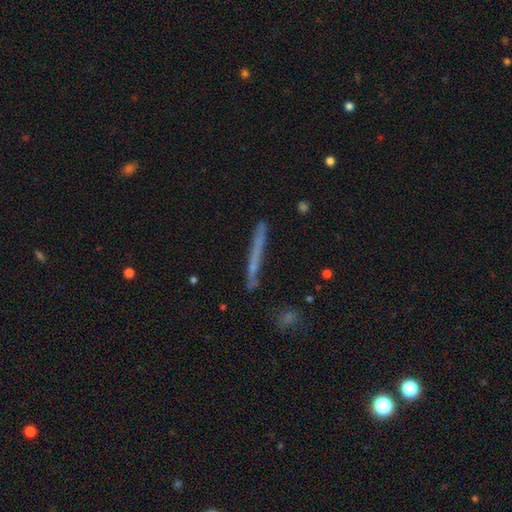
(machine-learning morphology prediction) Smooth or featured? smooth (49%)
Merging? none (84%)